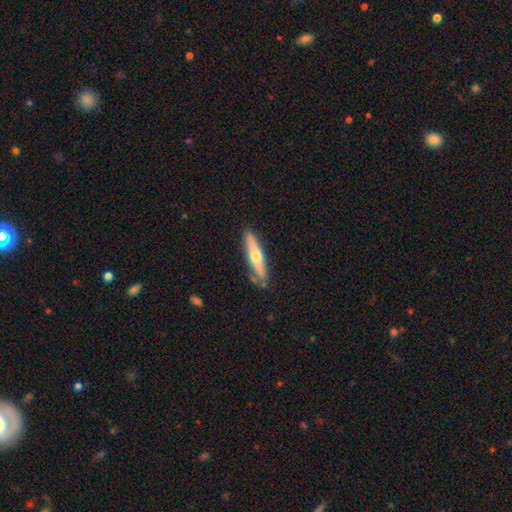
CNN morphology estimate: smooth-or-featured: smooth: 48% | featured or disk: 47% | star or artifact: 5%
  merging: none: 81% | minor disturbance: 13% | merger: 3% | major disturbance: 2%